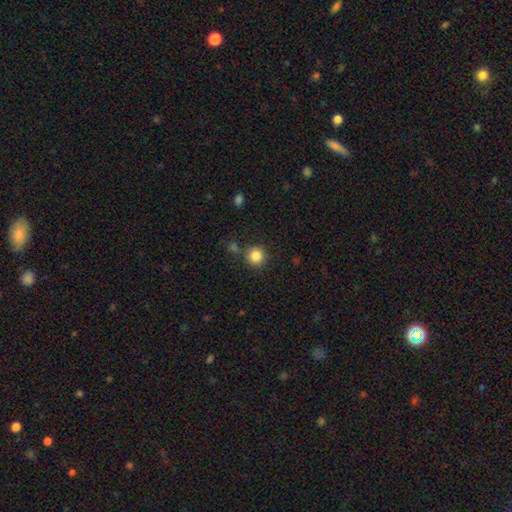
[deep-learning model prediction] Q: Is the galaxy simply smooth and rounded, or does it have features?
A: smooth — 84%.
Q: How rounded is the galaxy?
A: round — 94%.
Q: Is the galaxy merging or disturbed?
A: none — 83%.